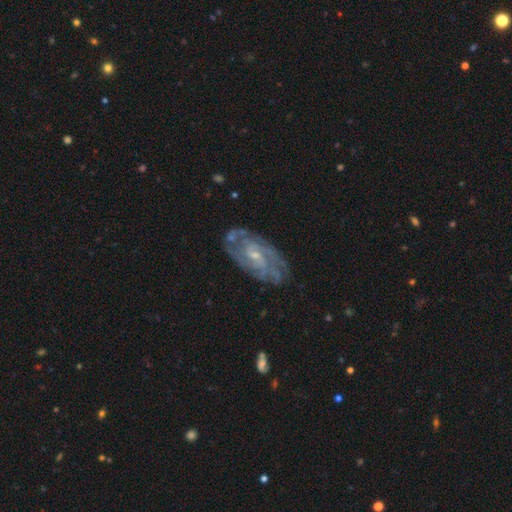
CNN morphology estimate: This is clearly a featured or disk galaxy (86%). It is clearly not viewed edge-on (95%). Bar: possibly no (49%). Spiral arm pattern: clearly yes (95%). Spiral arm count: marginally can't tell (32%). Spiral winding: possibly tight (58%). Central bulge: likely small (68%). Merging: likely none (73%).